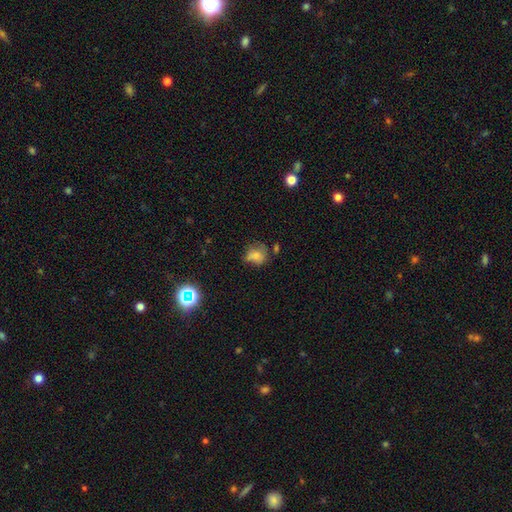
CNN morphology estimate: Overall: smooth (70%). How rounded: round (62%; in between 36%). Merging: none (45%; minor disturbance 30%).